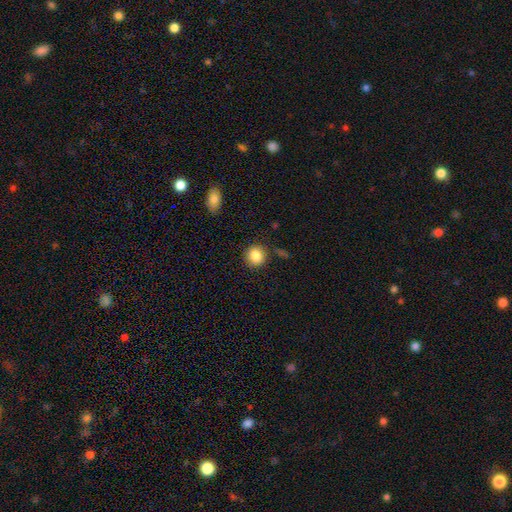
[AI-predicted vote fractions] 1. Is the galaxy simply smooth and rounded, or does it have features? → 86% smooth, 9% star or artifact, 5% featured or disk.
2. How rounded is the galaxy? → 90% round, 9% in between, 1% cigar-shaped.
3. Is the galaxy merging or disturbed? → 86% none, 9% minor disturbance, 3% merger, 3% major disturbance.